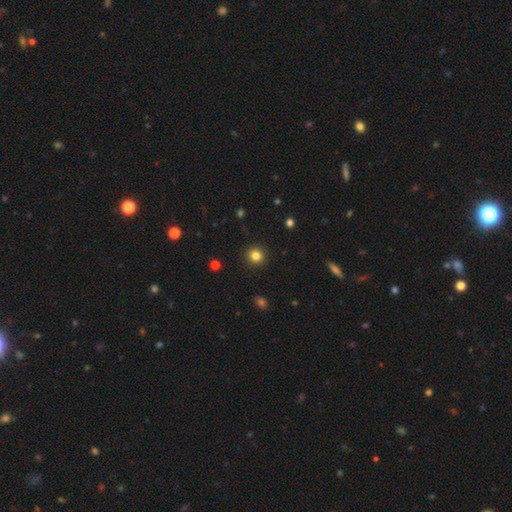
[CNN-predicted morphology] type=smooth (82%); roundness=round (94%); merging=none (92%).